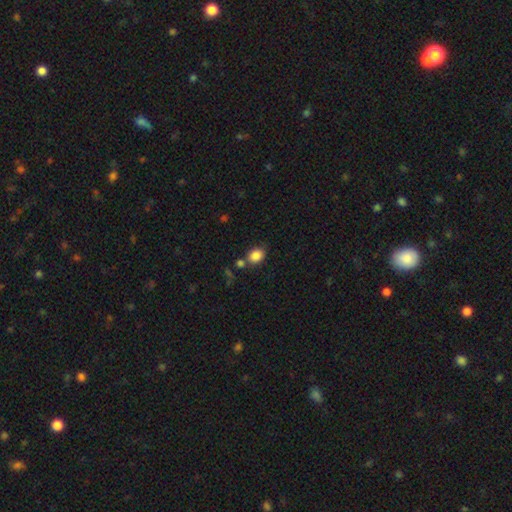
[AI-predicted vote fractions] smooth_or_featured: smooth (p=0.85) [alt: star or artifact p=0.10]
how_rounded: in between (p=0.53) [alt: round p=0.46]
merging: none (p=0.64) [alt: merger p=0.16]